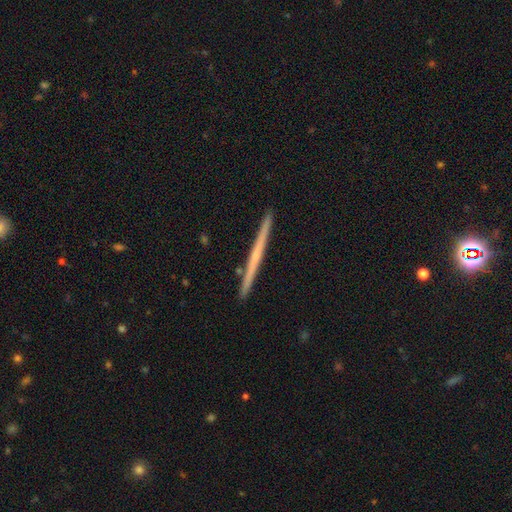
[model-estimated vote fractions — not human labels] A featured or disk galaxy (63%) viewed edge-on (98%) with no central bulge (78%). Merging: none (93%).